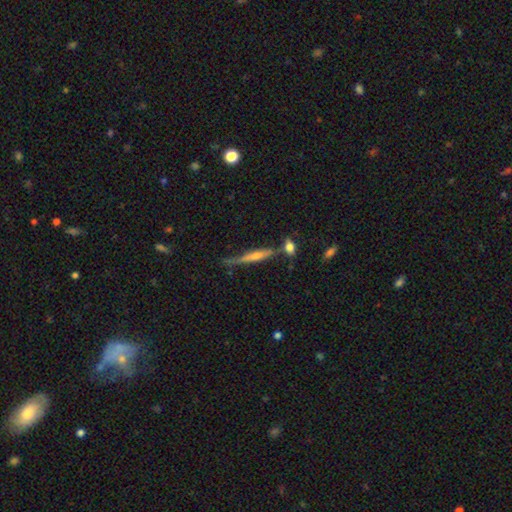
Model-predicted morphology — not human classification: Q: Smooth or featured?
A: featured or disk (67%); runner-up: smooth (24%)
Q: Edge-on disk?
A: yes (95%); runner-up: no (5%)
Q: Edge-on bulge?
A: rounded (74%); runner-up: none (18%)
Q: Merging?
A: none (67%); runner-up: minor disturbance (18%)